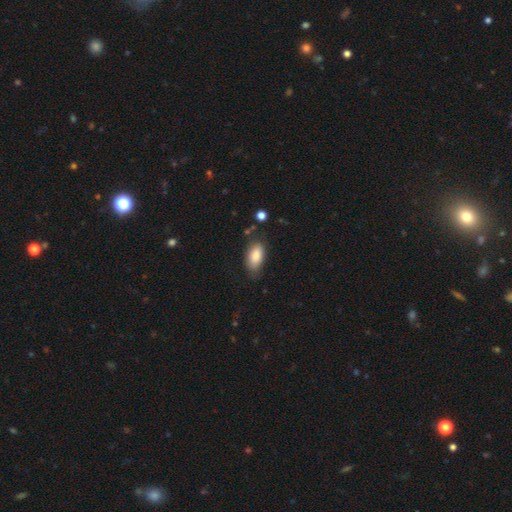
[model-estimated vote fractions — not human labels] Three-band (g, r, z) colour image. It shows a smooth galaxy with no disk features (85%) that is in between round and cigar-shaped (92%). Merging: none (72%).